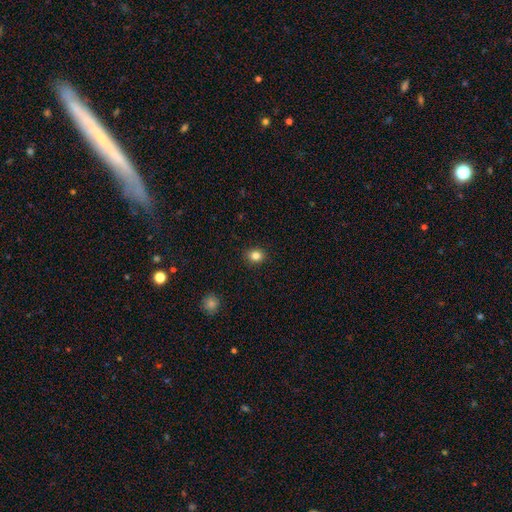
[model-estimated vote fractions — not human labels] Morphology: type=smooth (83%); roundness=round (70%); merging=none (90%).